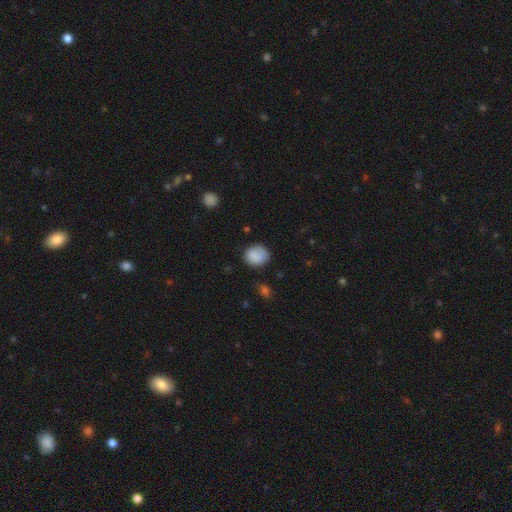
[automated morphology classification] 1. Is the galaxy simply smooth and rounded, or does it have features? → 86% smooth, 8% star or artifact, 6% featured or disk.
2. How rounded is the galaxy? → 67% round, 32% in between, 1% cigar-shaped.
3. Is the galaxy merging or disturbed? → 76% none, 18% minor disturbance, 5% major disturbance, 2% merger.